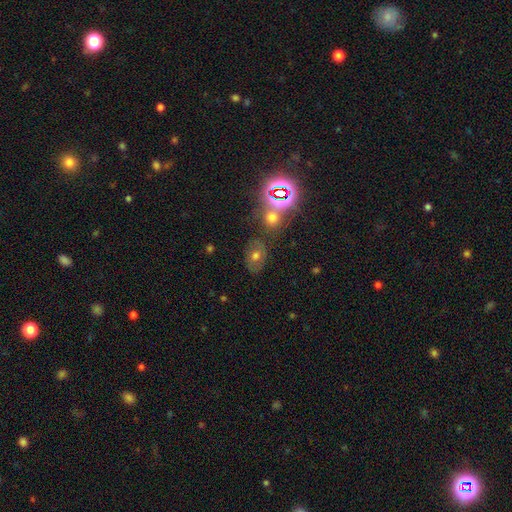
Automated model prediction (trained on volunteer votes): Smooth or featured? smooth (51%)
How rounded? in between (73%)
Merging? none (70%)